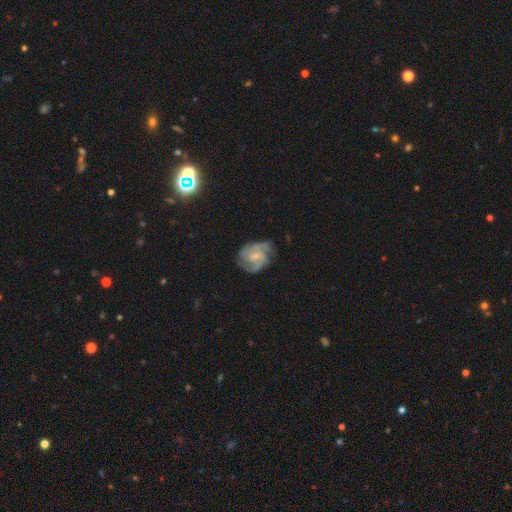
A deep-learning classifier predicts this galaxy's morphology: Q: Smooth or featured?
A: featured or disk (79%); runner-up: smooth (15%)
Q: Edge-on disk?
A: no (98%); runner-up: yes (2%)
Q: Bar?
A: weak (47%); runner-up: no (43%)
Q: Spiral arms?
A: yes (93%); runner-up: no (7%)
Q: Spiral winding?
A: medium (48%); runner-up: tight (37%)
Q: Spiral arm count?
A: 2 (49%); runner-up: 3 (24%)
Q: Bulge size?
A: small (55%); runner-up: moderate (27%)
Q: Merging?
A: none (60%); runner-up: minor disturbance (25%)